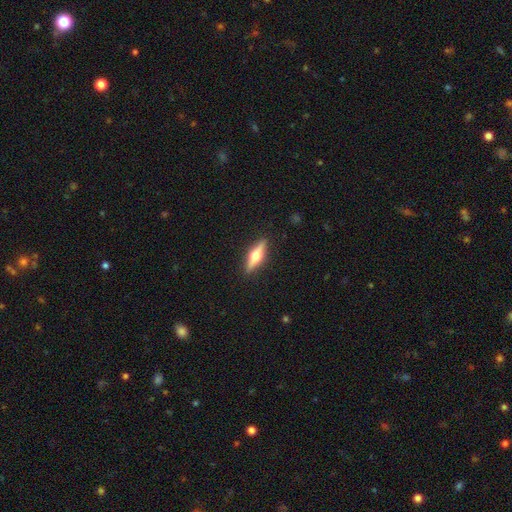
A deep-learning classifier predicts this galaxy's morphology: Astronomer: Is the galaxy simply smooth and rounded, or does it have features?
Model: featured or disk — 63%.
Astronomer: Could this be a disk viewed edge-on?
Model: yes — 96%.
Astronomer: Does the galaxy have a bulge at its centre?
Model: rounded — 94%.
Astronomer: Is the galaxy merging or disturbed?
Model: none — 90%.